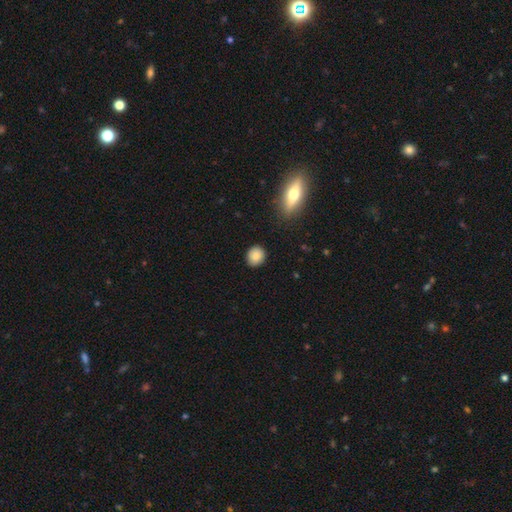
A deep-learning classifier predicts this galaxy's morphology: This appears to be a smooth galaxy with no disk features (86%) that is round (78%). Merging: none (88%).